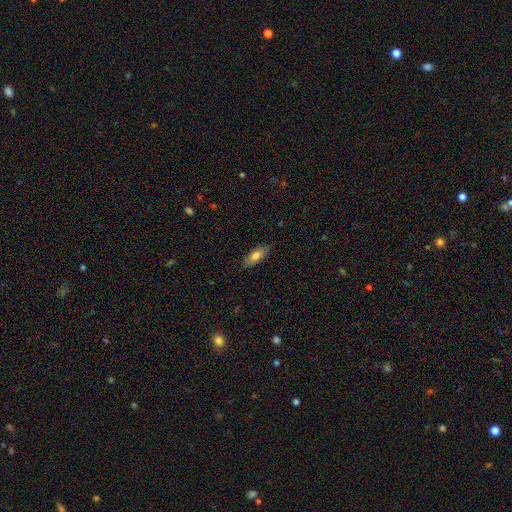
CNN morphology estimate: Smooth or featured? smooth (74%)
How rounded? in between (70%)
Merging? none (84%)